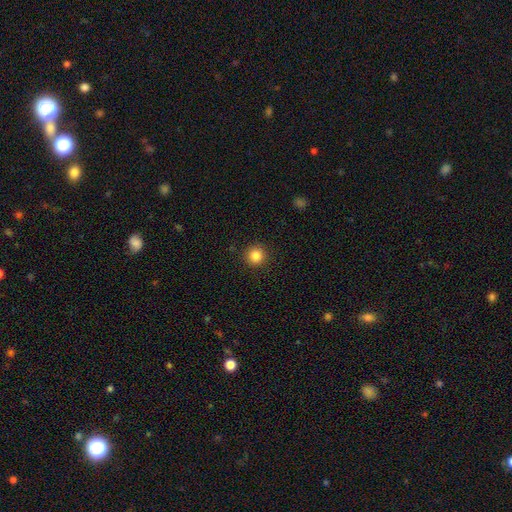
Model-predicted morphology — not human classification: Smooth or featured?
  - smooth: 84% *
  - star or artifact: 11%
  - featured or disk: 4%
How rounded?
  - round: 95% *
  - in between: 4%
  - cigar-shaped: 1%
Merging?
  - none: 92% *
  - minor disturbance: 5%
  - major disturbance: 2%
  - merger: 1%